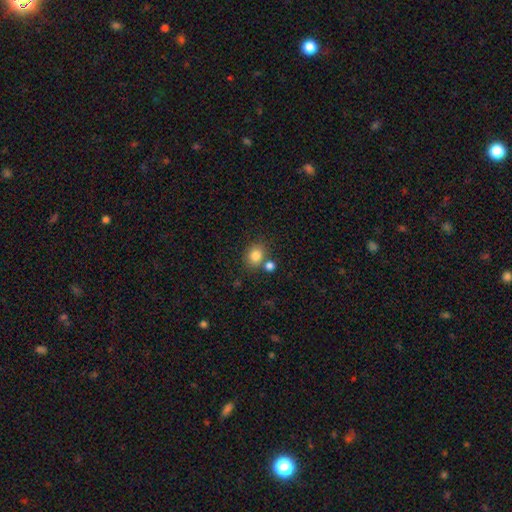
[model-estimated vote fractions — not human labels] This appears to be a smooth galaxy with no disk features (83%) that is round (65%). Merging: none (68%).